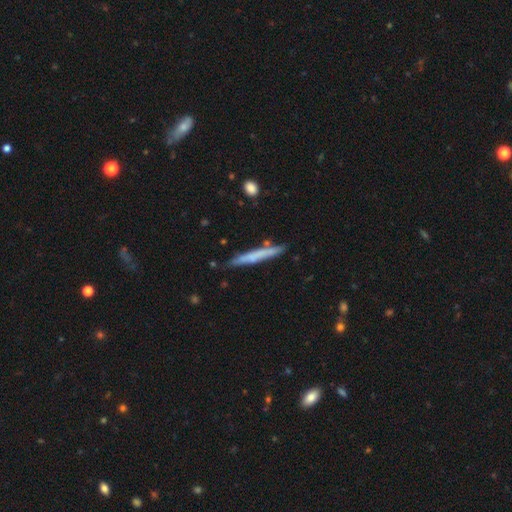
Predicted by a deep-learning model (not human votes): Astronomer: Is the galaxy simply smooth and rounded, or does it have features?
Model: smooth — 53% (runner-up: featured or disk, 39%).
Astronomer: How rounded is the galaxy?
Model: cigar-shaped — 96%.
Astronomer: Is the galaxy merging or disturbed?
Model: none — 84%.